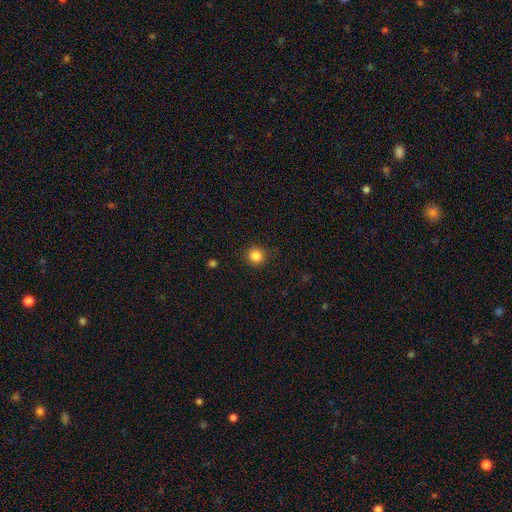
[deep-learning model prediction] Overall: smooth (85%). How rounded: round (95%). Merging: none (91%).